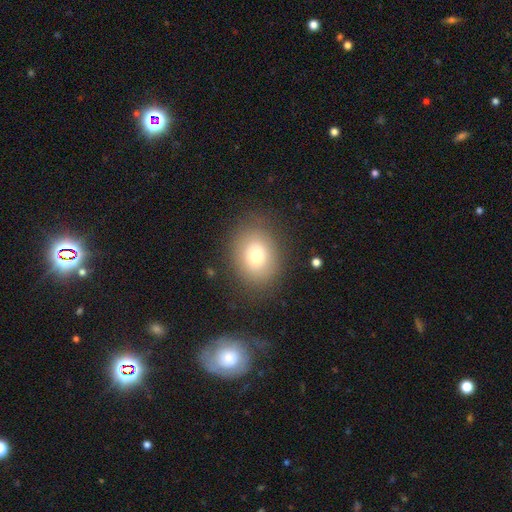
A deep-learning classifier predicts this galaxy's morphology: A smooth galaxy with no disk features (72%) that is round (51%). Merging: none (79%).